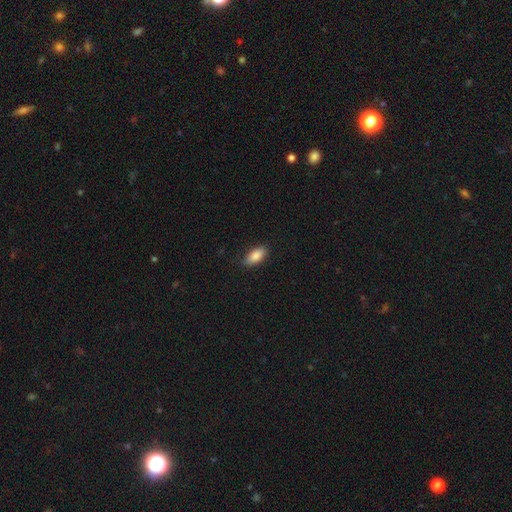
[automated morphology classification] smooth_or_featured: smooth (p=0.87) [alt: star or artifact p=0.07]
how_rounded: in between (p=0.89) [alt: cigar-shaped p=0.08]
merging: none (p=0.84) [alt: minor disturbance p=0.13]